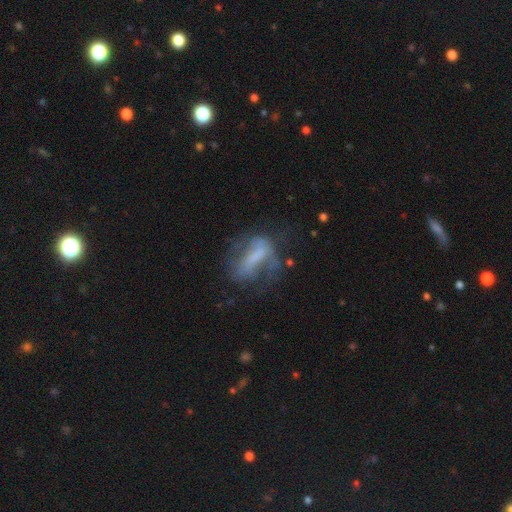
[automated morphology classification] This is possibly a featured or disk galaxy (52%). It is clearly not viewed edge-on (90%). Merging: marginally none (37%).